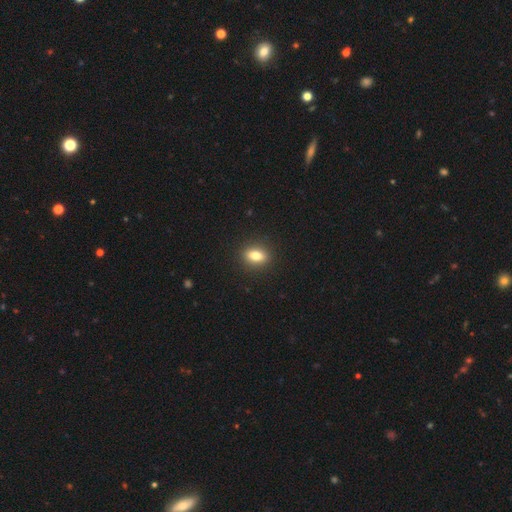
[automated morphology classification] This is likely a smooth galaxy (78%). How rounded: likely in between (70%). Merging: clearly none (90%).